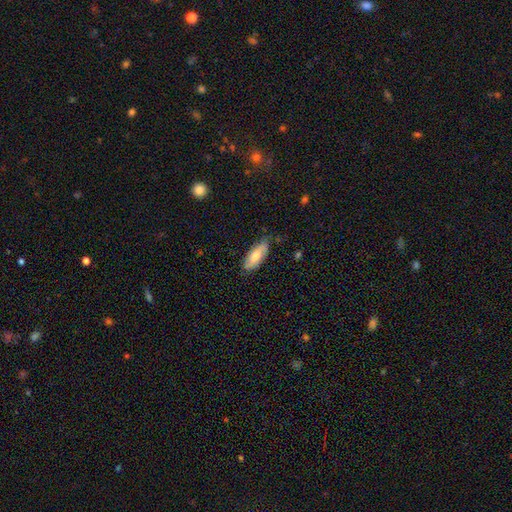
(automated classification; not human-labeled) smooth 72%, featured or disk 23%, star or artifact 6%. Down the decision tree: how rounded — in between (74%); merging — none (76%).